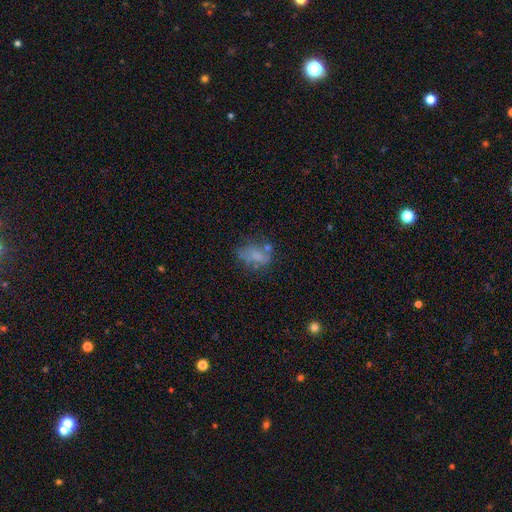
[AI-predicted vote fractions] Smooth or featured? smooth (60%)
How rounded? in between (77%)
Merging? none (44%)